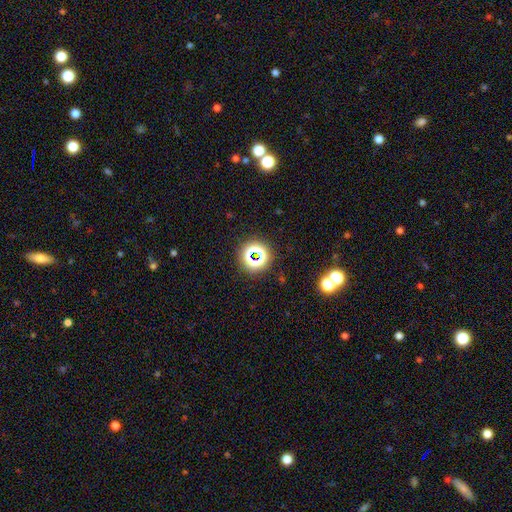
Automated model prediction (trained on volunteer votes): Smooth or featured? star or artifact (61%)